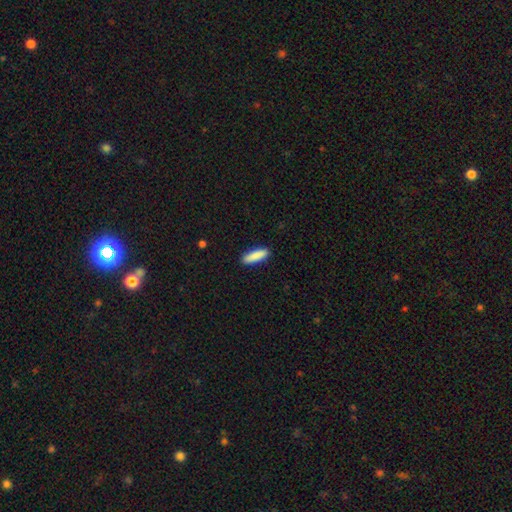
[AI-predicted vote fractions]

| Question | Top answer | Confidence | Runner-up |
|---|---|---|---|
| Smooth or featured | smooth | 88% | featured or disk (6%) |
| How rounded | cigar-shaped | 61% | in between (38%) |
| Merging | none | 90% | minor disturbance (7%) |